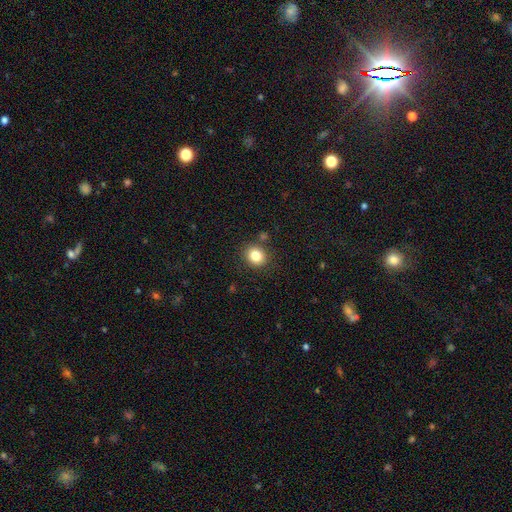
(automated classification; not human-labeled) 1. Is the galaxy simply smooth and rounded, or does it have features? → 83% smooth, 11% star or artifact, 6% featured or disk.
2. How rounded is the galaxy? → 76% round, 23% in between, 1% cigar-shaped.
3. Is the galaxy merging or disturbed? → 86% none, 8% minor disturbance, 3% merger, 3% major disturbance.